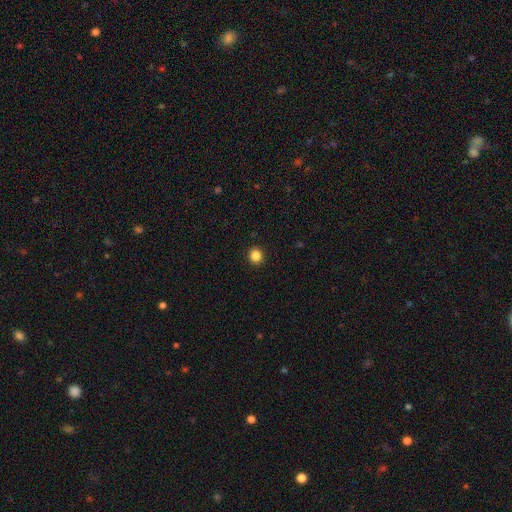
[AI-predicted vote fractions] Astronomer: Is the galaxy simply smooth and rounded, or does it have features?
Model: smooth — 85%.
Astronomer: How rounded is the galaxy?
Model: round — 90%.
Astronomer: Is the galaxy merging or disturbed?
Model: none — 93%.